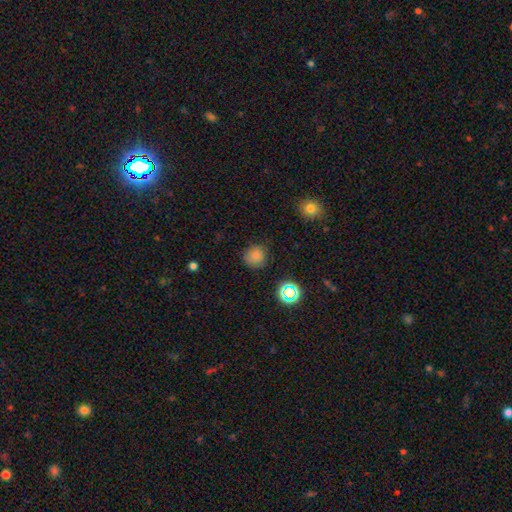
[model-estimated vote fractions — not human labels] smooth-or-featured: smooth: 77% | star or artifact: 17% | featured or disk: 6%
  how-rounded: round: 90% | in between: 9% | cigar-shaped: 1%
  merging: none: 83% | minor disturbance: 12% | major disturbance: 3% | merger: 2%